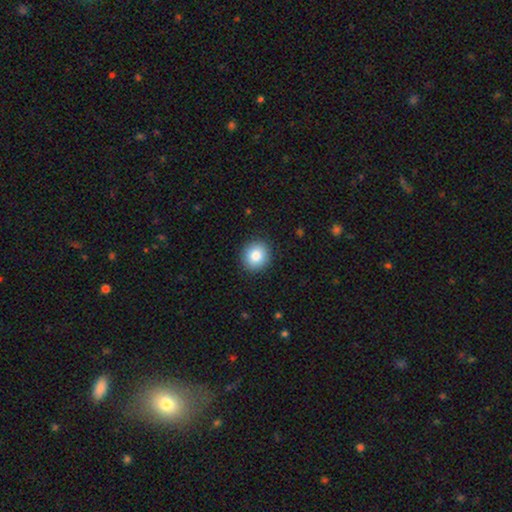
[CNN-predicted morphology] type=smooth (85%); roundness=round (88%); merging=none (91%).